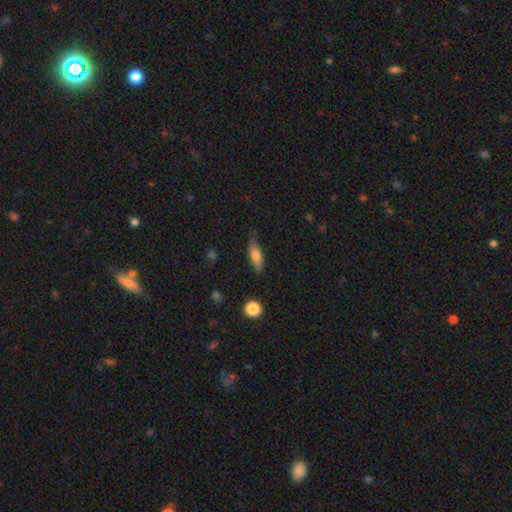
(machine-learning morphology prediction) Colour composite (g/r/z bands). It shows a smooth galaxy with no disk features (70%) that is in between round and cigar-shaped (58%). Merging: none (73%).